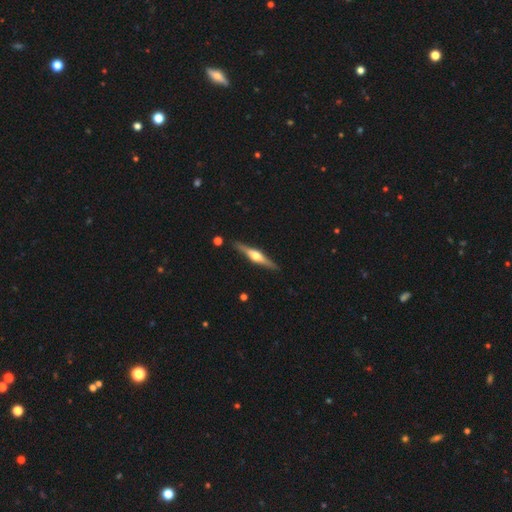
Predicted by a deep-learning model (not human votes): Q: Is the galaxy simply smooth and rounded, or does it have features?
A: featured or disk — 77%.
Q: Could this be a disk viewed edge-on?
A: yes — 98%.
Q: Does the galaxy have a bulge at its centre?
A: rounded — 93%.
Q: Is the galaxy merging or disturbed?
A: none — 90%.